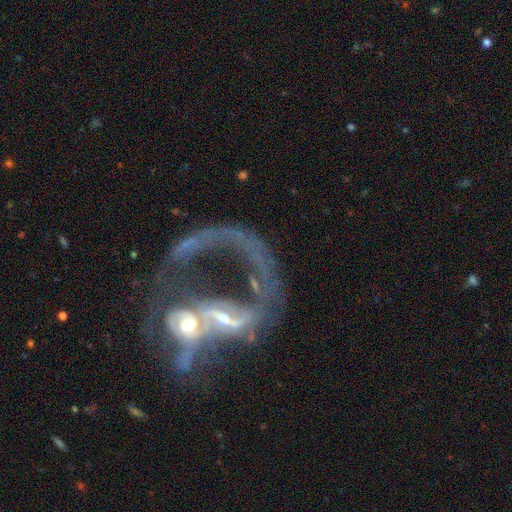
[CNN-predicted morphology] Smooth or featured: featured or disk — 74% (smooth — 15%)
Edge-on disk: no — 95% (yes — 5%)
Bar: no — 58% (weak — 26%)
Spiral arms: yes — 60% (no — 40%)
Bulge size: moderate — 41% (small — 40%)
Merging: merger — 67% (major disturbance — 18%)